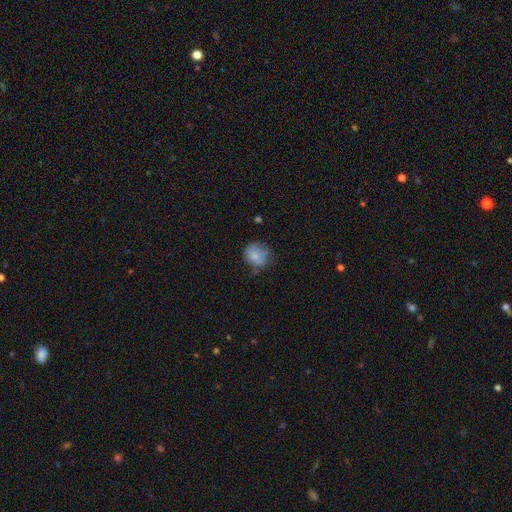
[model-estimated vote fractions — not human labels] Q: Smooth or featured?
A: smooth (74%); runner-up: featured or disk (16%)
Q: How rounded?
A: round (66%); runner-up: in between (33%)
Q: Merging?
A: none (51%); runner-up: minor disturbance (30%)